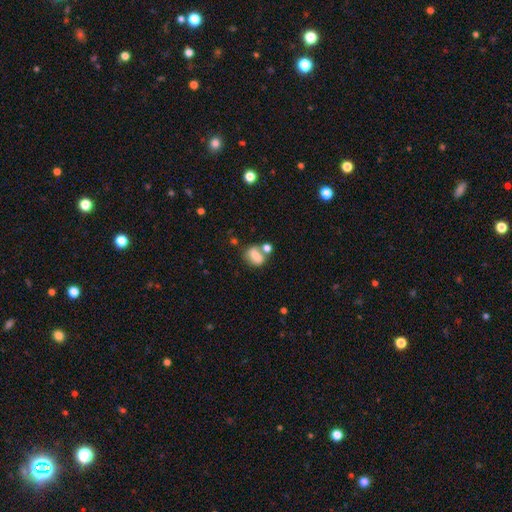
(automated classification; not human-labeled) Overall: smooth (75%). How rounded: in between (71%). Merging: none (41%; merger 36%).